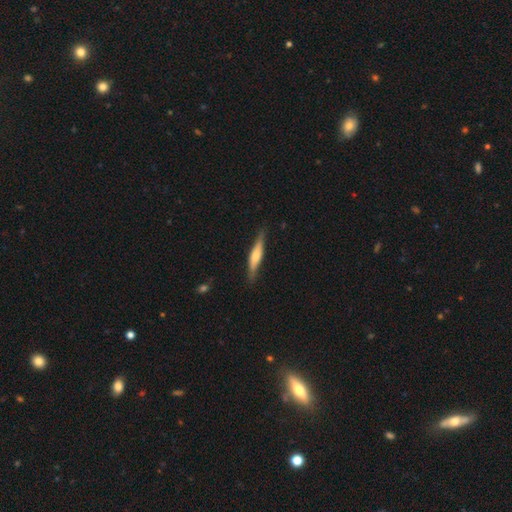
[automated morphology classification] The model was most divided on "smooth or featured": smooth: 48%, featured or disk: 47%, star or artifact: 5%. More confident: merging — none (83%).